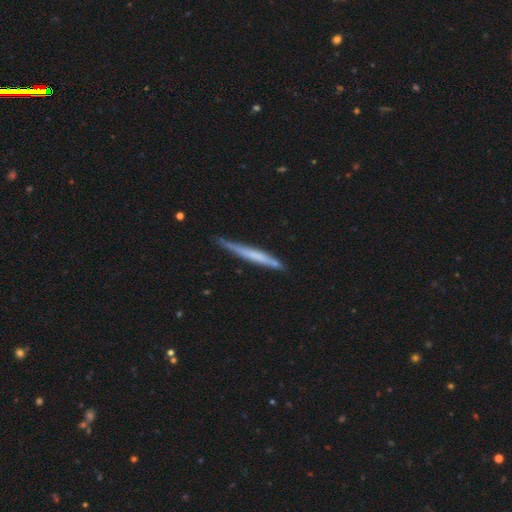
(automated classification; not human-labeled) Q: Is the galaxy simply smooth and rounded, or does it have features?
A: smooth — 49%.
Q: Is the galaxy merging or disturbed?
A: none — 76%.